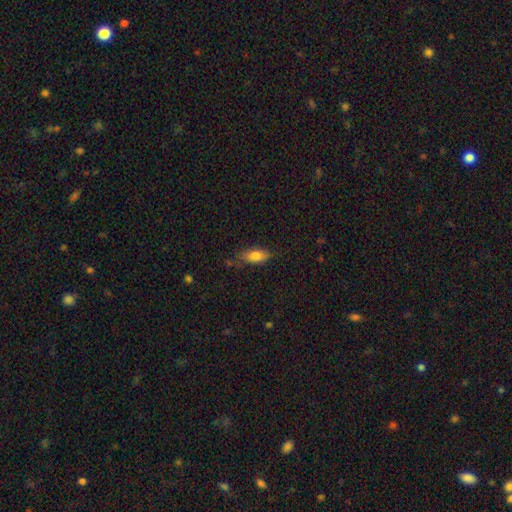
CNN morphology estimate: Q: Smooth or featured?
A: smooth (79%); runner-up: featured or disk (13%)
Q: How rounded?
A: in between (82%); runner-up: cigar-shaped (15%)
Q: Merging?
A: none (70%); runner-up: minor disturbance (22%)